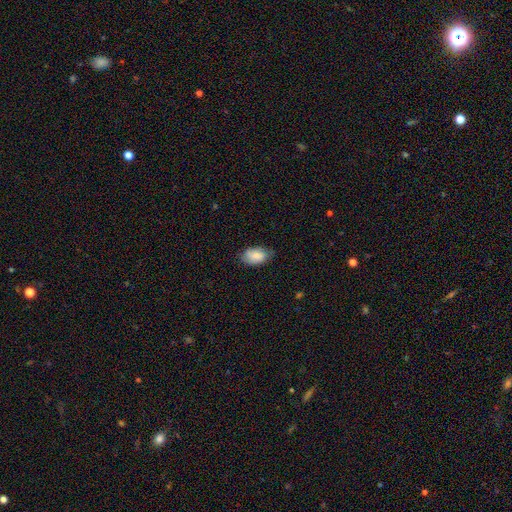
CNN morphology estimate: smooth-or-featured: smooth: 81% | featured or disk: 13% | star or artifact: 7%
  how-rounded: in between: 92% | round: 6% | cigar-shaped: 2%
  merging: none: 70% | minor disturbance: 24% | major disturbance: 4% | merger: 1%